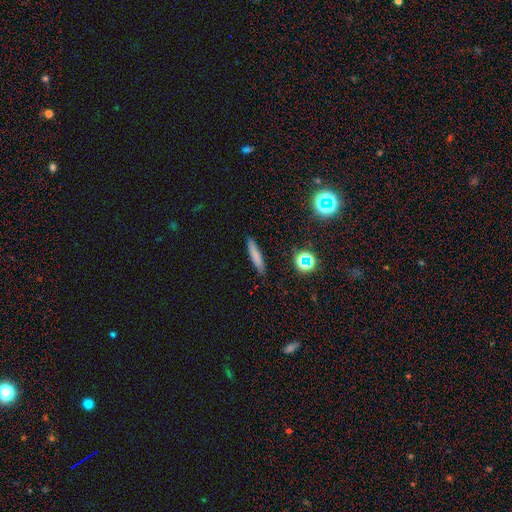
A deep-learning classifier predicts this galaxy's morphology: Overall: smooth (73%). How rounded: cigar-shaped (88%). Merging: none (86%).